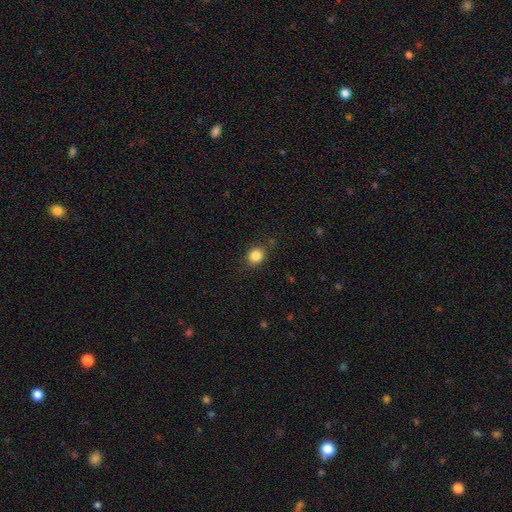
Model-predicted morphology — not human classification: type=smooth (85%); roundness=round (72%); merging=none (80%).